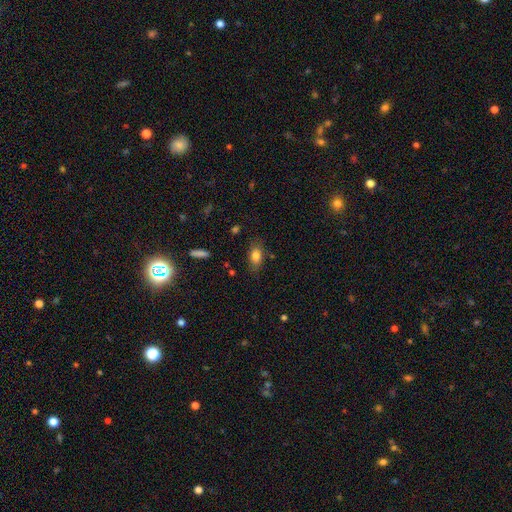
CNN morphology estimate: smooth 80%, featured or disk 11%, star or artifact 9%. Down the decision tree: how rounded — in between (85%); merging — none (79%).